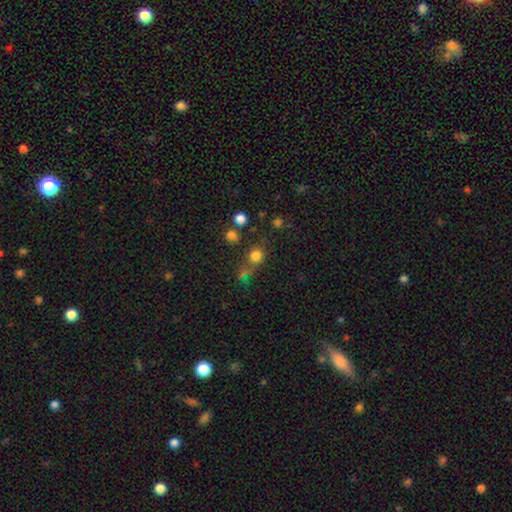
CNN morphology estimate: A smooth galaxy with no disk features (75%) that is round (86%). Merging: none (65%).